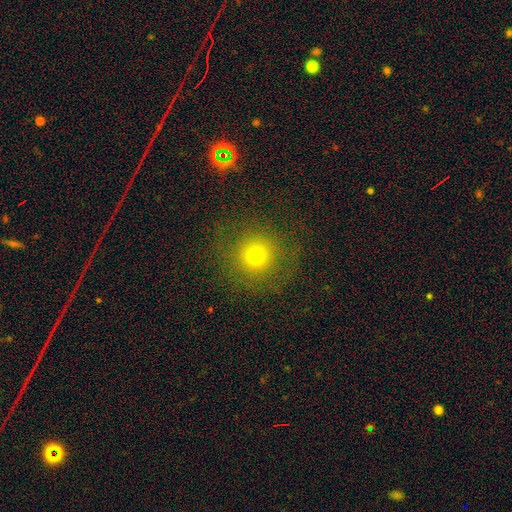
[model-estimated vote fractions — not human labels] Overall: smooth (69%). How rounded: round (94%). Merging: none (83%).